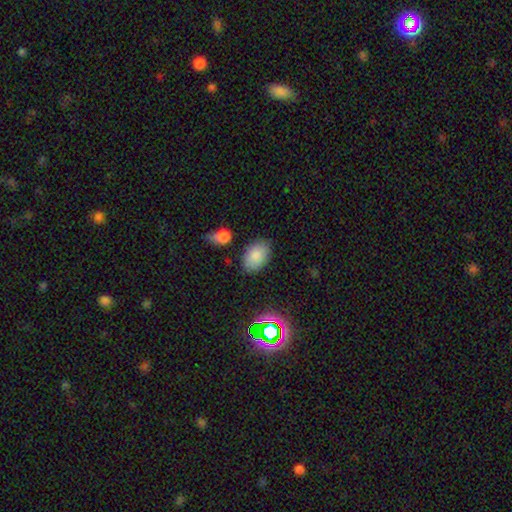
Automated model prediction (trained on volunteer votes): The model was most divided on "merging": none: 80%, minor disturbance: 14%, merger: 4%, major disturbance: 3%. More confident: how rounded — in between (87%); smooth or featured — smooth (84%).